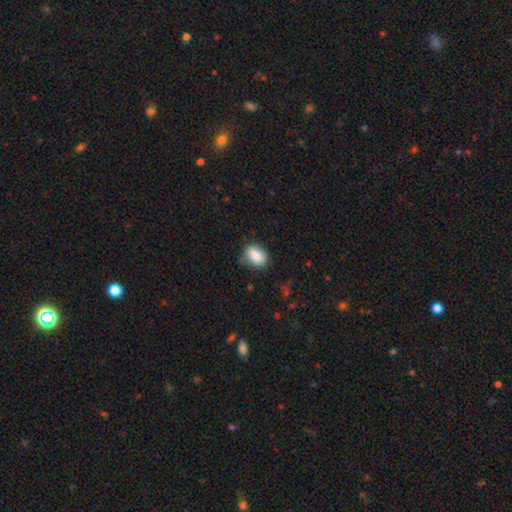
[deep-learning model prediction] Overall: smooth (84%). How rounded: in between (79%). Merging: none (78%).